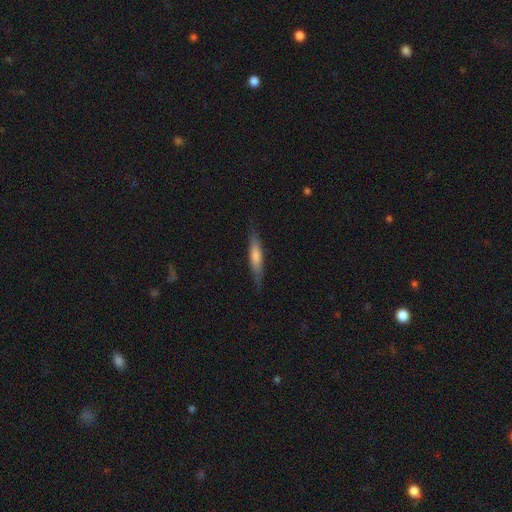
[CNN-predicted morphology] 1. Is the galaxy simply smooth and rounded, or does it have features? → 60% smooth, 35% featured or disk, 6% star or artifact.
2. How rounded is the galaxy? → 88% cigar-shaped, 11% in between, 1% round.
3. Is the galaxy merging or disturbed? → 84% none, 13% minor disturbance, 3% major disturbance, 1% merger.